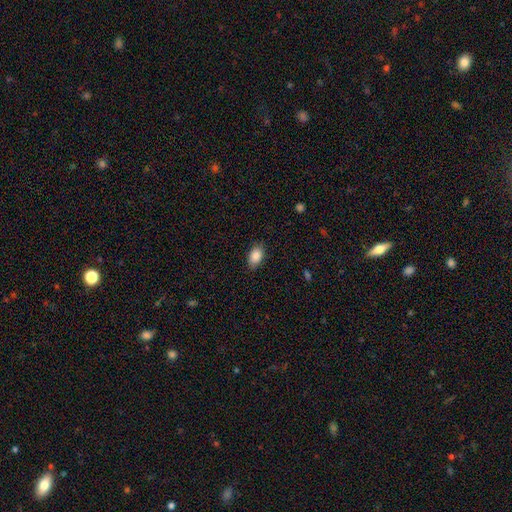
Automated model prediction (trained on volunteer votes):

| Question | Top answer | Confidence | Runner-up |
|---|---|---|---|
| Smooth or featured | smooth | 87% | star or artifact (7%) |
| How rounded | in between | 89% | round (9%) |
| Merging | none | 84% | minor disturbance (12%) |